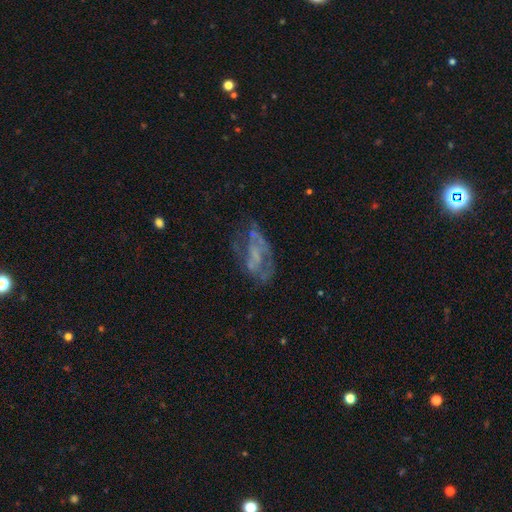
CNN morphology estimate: Smooth or featured? Predicted: featured or disk (p=0.66). Edge-on disk? Predicted: no (p=0.96). Bar? Predicted: no (p=0.67). Spiral arms? Predicted: no (p=0.56). Bulge size? Predicted: none (p=0.65). Merging? Predicted: none (p=0.43).